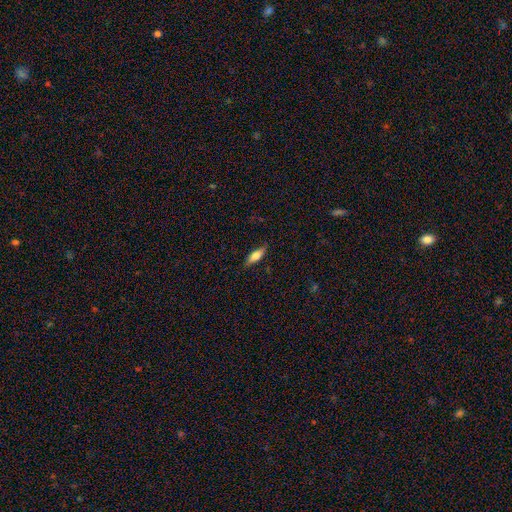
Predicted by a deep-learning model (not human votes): This is likely a smooth galaxy (62%). How rounded: possibly in between (55%). Merging: clearly none (82%).